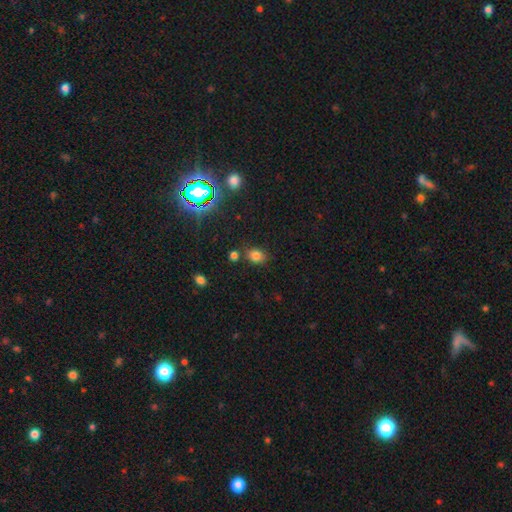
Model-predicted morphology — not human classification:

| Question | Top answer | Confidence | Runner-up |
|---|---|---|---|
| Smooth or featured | smooth | 77% | star or artifact (16%) |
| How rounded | in between | 58% | round (40%) |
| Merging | none | 74% | minor disturbance (13%) |